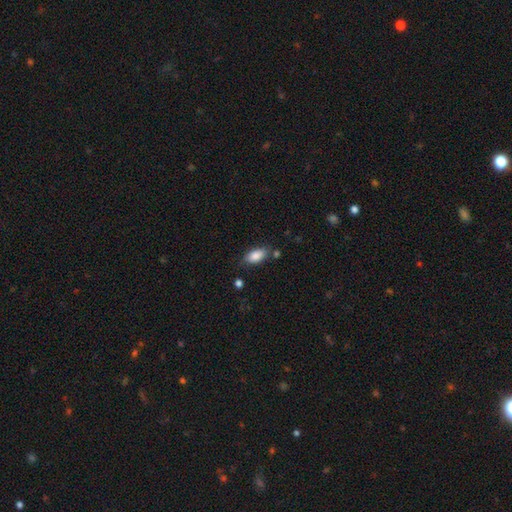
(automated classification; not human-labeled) Smooth or featured: smooth — 85% (featured or disk — 8%)
How rounded: in between — 90% (cigar-shaped — 7%)
Merging: none — 70% (minor disturbance — 20%)